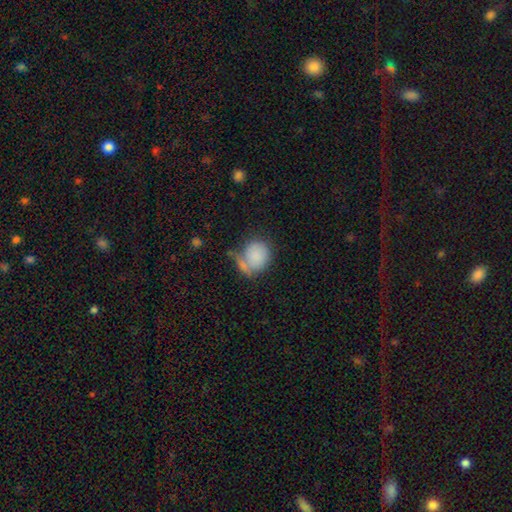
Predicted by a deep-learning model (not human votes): A smooth galaxy with no disk features (80%) that is round (70%).

Vote fractions:
- Smooth or featured? smooth: 80% / featured or disk: 13% / star or artifact: 7%
- How rounded? round: 70% / in between: 29% / cigar-shaped: 1%
- Merging? none: 41% / merger: 23% / minor disturbance: 22% / major disturbance: 14%